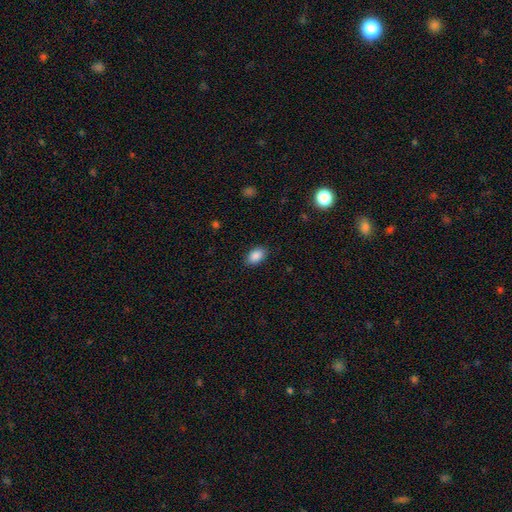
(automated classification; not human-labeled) A smooth galaxy with no disk features (88%) that is in between round and cigar-shaped (89%).

Vote fractions:
- Smooth or featured? smooth: 88% / star or artifact: 8% / featured or disk: 4%
- How rounded? in between: 89% / round: 10% / cigar-shaped: 1%
- Merging? none: 87% / minor disturbance: 10% / major disturbance: 3% / merger: 1%